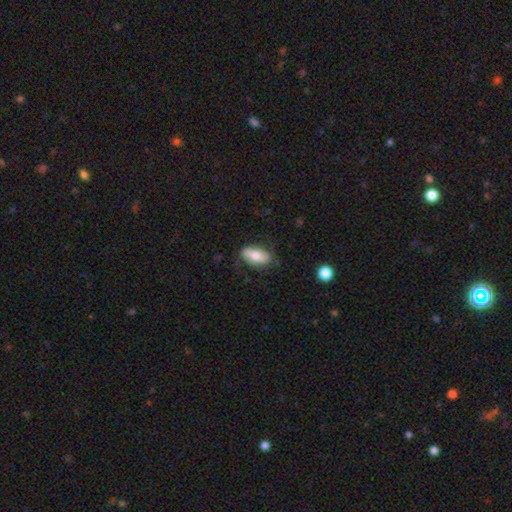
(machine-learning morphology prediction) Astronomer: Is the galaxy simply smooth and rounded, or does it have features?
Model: smooth — 60%.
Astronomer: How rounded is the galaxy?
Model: in between — 89%.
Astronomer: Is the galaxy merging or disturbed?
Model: none — 71%.